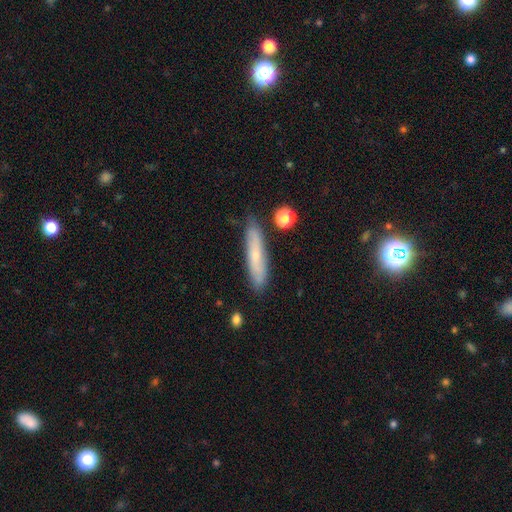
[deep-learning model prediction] The model was most divided on "smooth or featured": smooth: 55%, featured or disk: 38%, star or artifact: 7%. More confident: how rounded — cigar-shaped (85%); merging — none (82%).